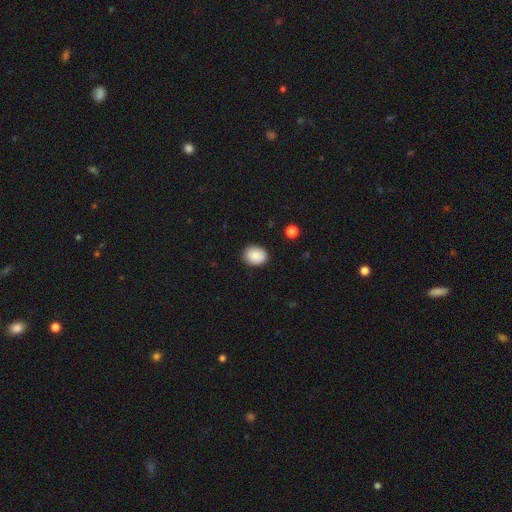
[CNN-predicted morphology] smooth 89%, star or artifact 8%, featured or disk 4%. Down the decision tree: how rounded — in between (54%); merging — none (87%).